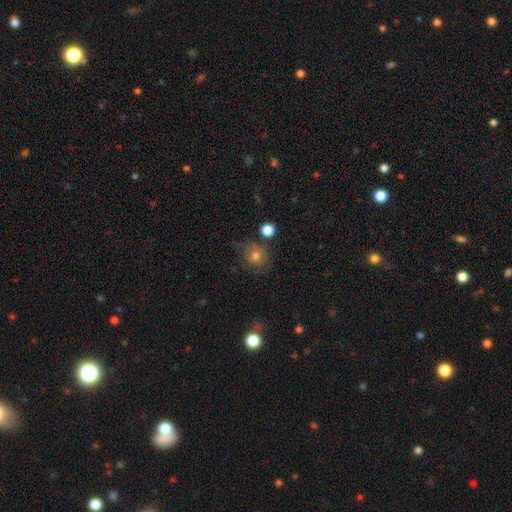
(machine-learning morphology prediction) smooth_or_featured: smooth (p=0.66) [alt: star or artifact p=0.17]
how_rounded: round (p=0.84) [alt: in between p=0.14]
merging: none (p=0.66) [alt: minor disturbance p=0.19]